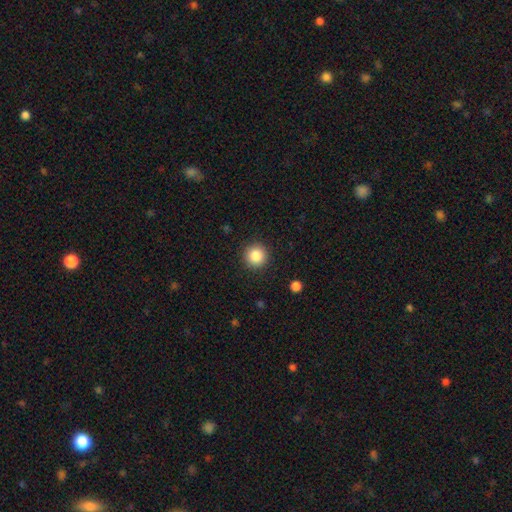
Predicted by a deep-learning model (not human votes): Morphology: type=smooth (85%); roundness=round (95%); merging=none (92%).